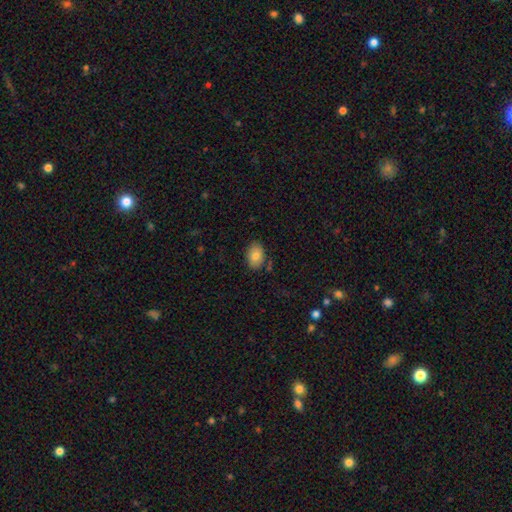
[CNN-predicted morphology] smooth_or_featured: smooth (p=0.81) [alt: featured or disk p=0.11]
how_rounded: in between (p=0.84) [alt: round p=0.14]
merging: none (p=0.82) [alt: minor disturbance p=0.12]